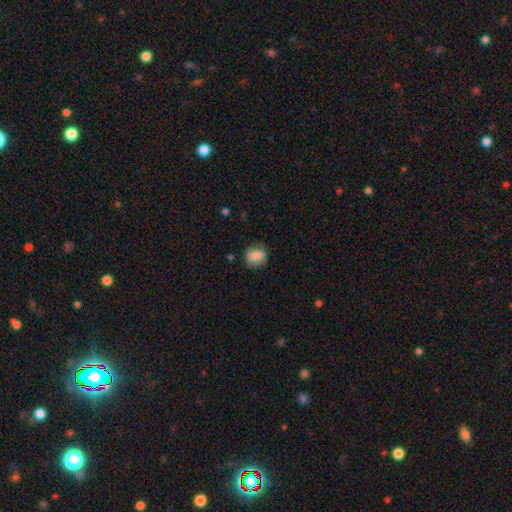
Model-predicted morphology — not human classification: Smooth or featured: smooth — 83% (featured or disk — 9%)
How rounded: round — 62% (in between — 37%)
Merging: none — 76% (minor disturbance — 18%)